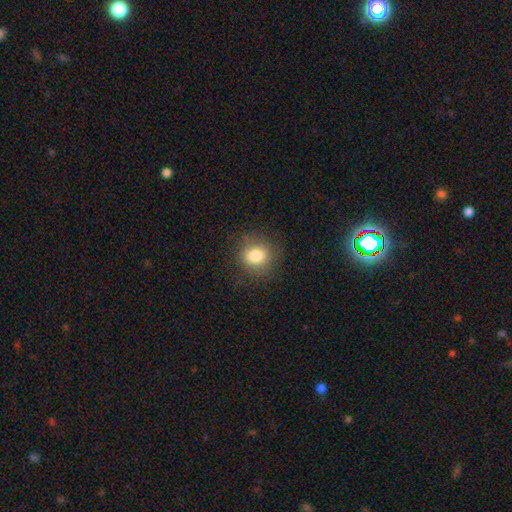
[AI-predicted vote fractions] This appears to be a smooth galaxy with no disk features (81%) that is round (85%). Merging: none (83%).